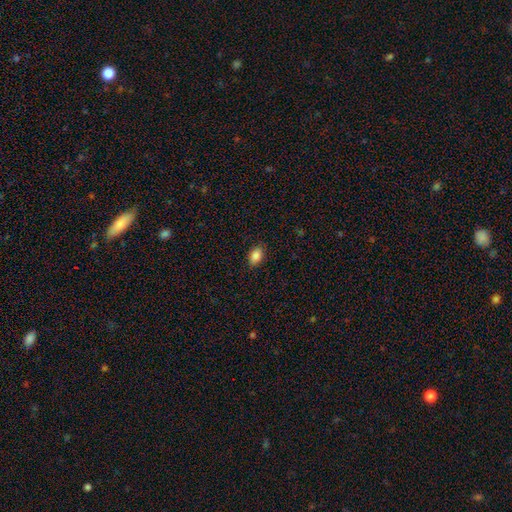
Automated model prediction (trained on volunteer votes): A smooth galaxy with no disk features (87%) that is in between round and cigar-shaped (84%). Merging: none (86%).